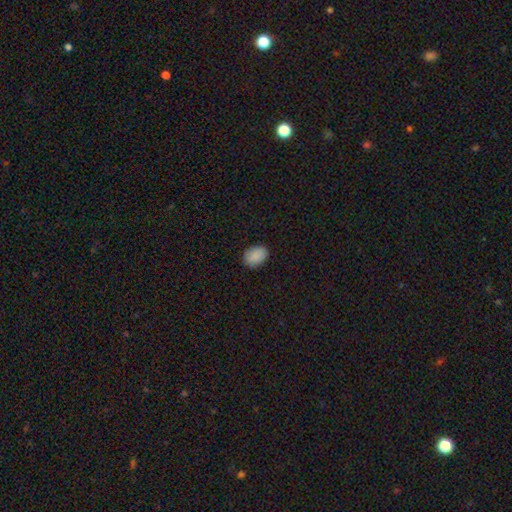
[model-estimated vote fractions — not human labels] A smooth galaxy with no disk features (89%) that is in between round and cigar-shaped (73%). Merging: none (87%).